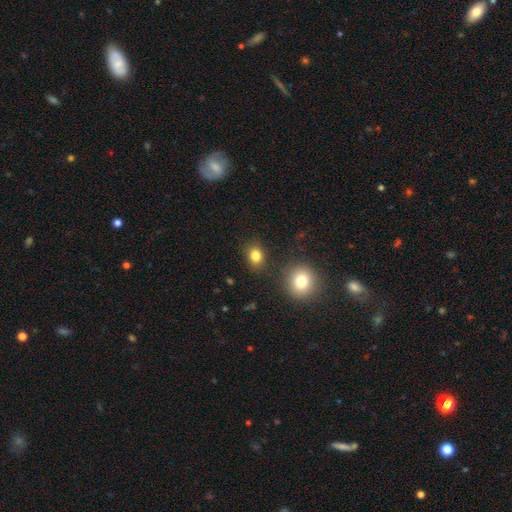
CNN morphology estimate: A smooth galaxy with no disk features (82%) that is round (63%).

Vote fractions:
- Smooth or featured? smooth: 82% / star or artifact: 13% / featured or disk: 6%
- How rounded? round: 63% / in between: 36% / cigar-shaped: 1%
- Merging? none: 82% / minor disturbance: 10% / merger: 5% / major disturbance: 3%